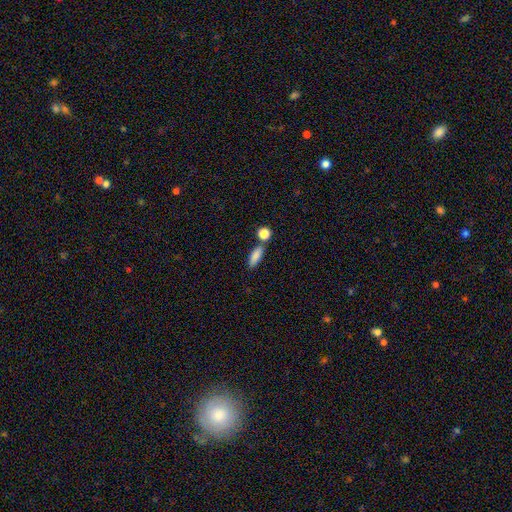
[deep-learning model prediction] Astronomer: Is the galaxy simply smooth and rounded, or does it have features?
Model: smooth — 85%.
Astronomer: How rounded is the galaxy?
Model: in between — 62%.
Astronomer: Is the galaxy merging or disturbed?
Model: none — 65%.